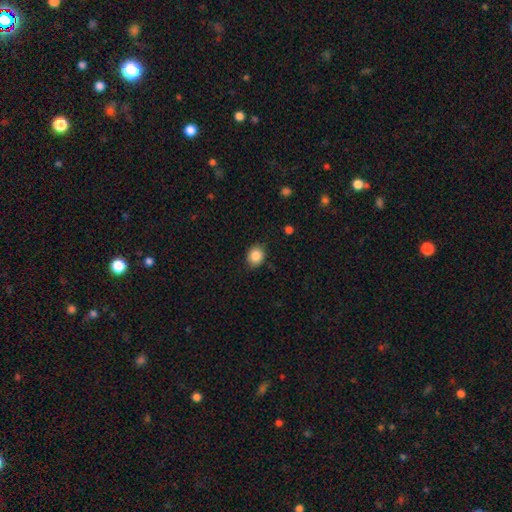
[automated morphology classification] Smooth or featured? smooth (86%)
How rounded? round (64%)
Merging? none (86%)